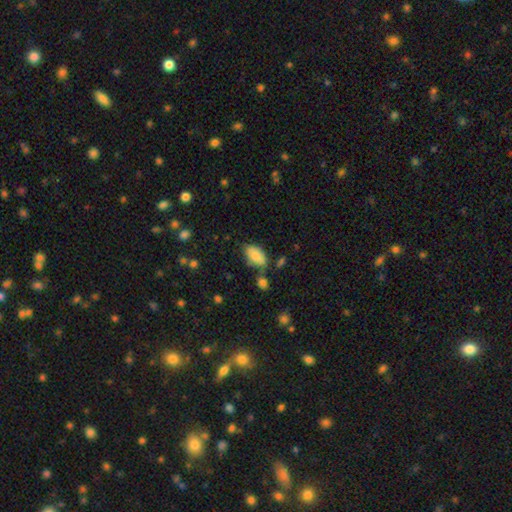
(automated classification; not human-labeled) Smooth or featured? Predicted: smooth (p=0.87). How rounded? Predicted: in between (p=0.93). Merging? Predicted: none (p=0.66).